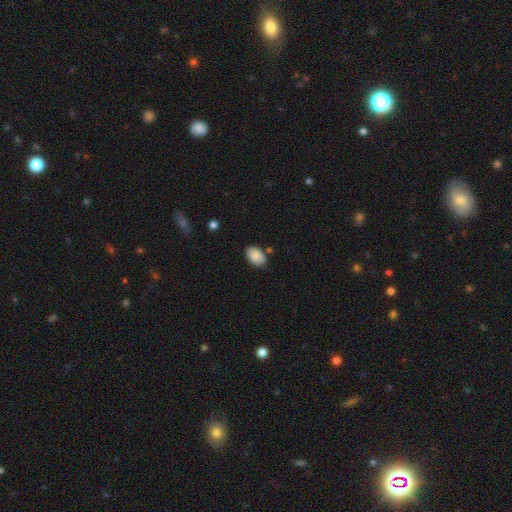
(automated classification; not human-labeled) Smooth or featured?
  - smooth: 85% *
  - featured or disk: 8%
  - star or artifact: 7%
How rounded?
  - in between: 88% *
  - round: 11%
  - cigar-shaped: 1%
Merging?
  - none: 81% *
  - minor disturbance: 13%
  - merger: 3%
  - major disturbance: 3%